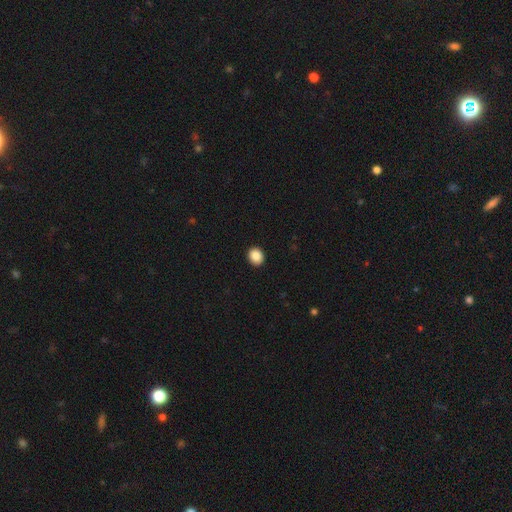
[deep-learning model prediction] smooth-or-featured: smooth: 89% | star or artifact: 9% | featured or disk: 3%
  how-rounded: round: 64% | in between: 35% | cigar-shaped: 1%
  merging: none: 92% | minor disturbance: 5% | major disturbance: 2% | merger: 1%